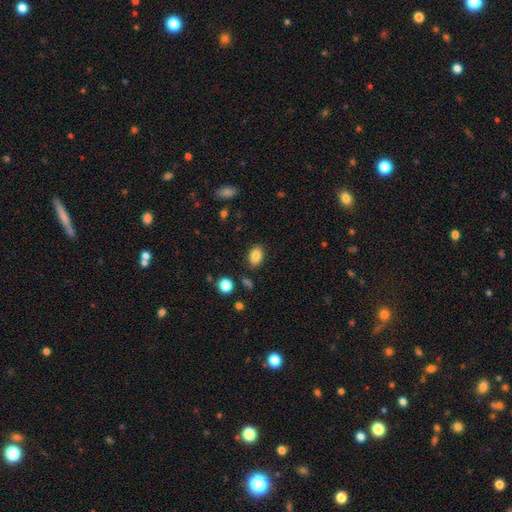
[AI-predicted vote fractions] smooth 84%, star or artifact 9%, featured or disk 7%. Down the decision tree: how rounded — in between (84%); merging — none (84%).